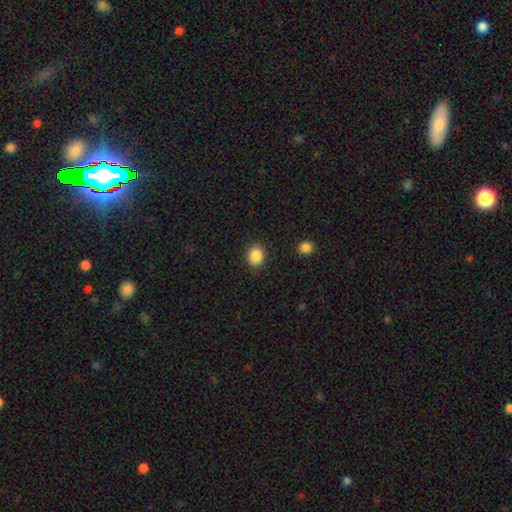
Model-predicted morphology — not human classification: A smooth galaxy with no disk features (87%) that is round (55%).

Vote fractions:
- Smooth or featured? smooth: 87% / star or artifact: 9% / featured or disk: 4%
- How rounded? round: 55% / in between: 44% / cigar-shaped: 1%
- Merging? none: 88% / minor disturbance: 8% / major disturbance: 3% / merger: 2%